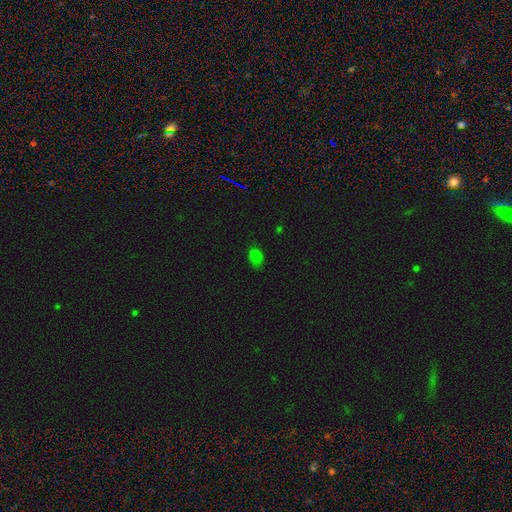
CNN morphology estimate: Q: Smooth or featured?
A: smooth (74%); runner-up: star or artifact (21%)
Q: How rounded?
A: in between (81%); runner-up: round (17%)
Q: Merging?
A: none (69%); runner-up: minor disturbance (23%)